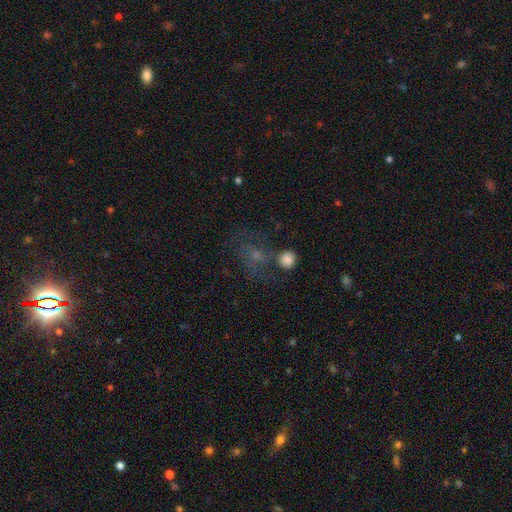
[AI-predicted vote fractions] A smooth galaxy with no disk features (40%). Merging: none (47%).